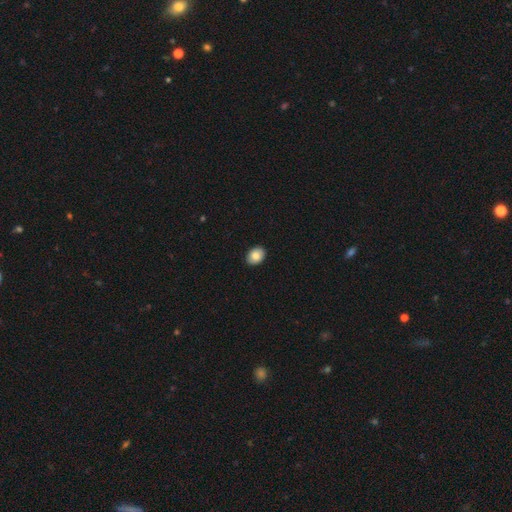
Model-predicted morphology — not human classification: Smooth or featured?
  - smooth: 83% *
  - featured or disk: 9%
  - star or artifact: 8%
How rounded?
  - in between: 68% *
  - round: 31%
  - cigar-shaped: 1%
Merging?
  - none: 91% *
  - minor disturbance: 6%
  - major disturbance: 2%
  - merger: 1%